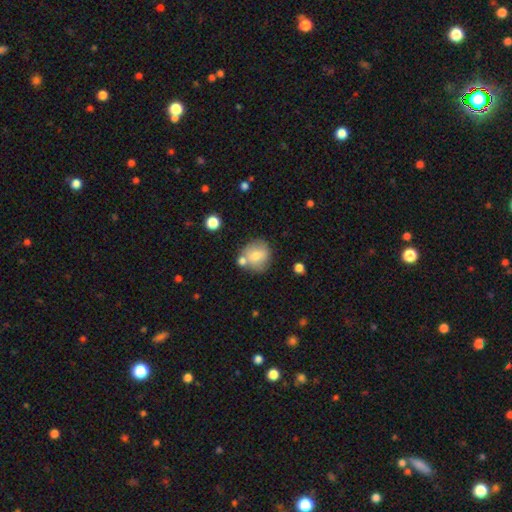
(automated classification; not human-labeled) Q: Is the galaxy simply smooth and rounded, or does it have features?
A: smooth — 70%.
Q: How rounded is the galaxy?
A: round — 82%.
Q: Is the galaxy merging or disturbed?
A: none — 60%.